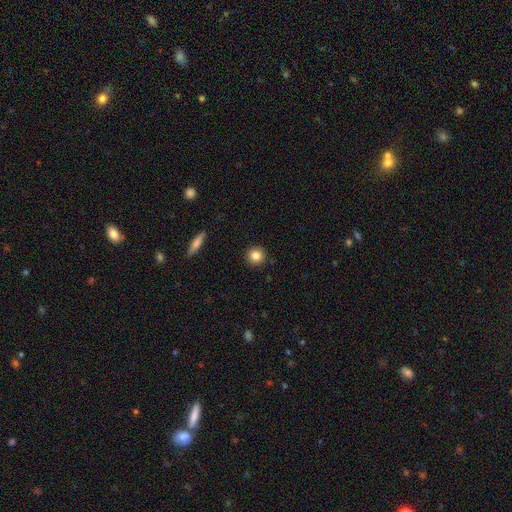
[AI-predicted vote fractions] Smooth or featured: smooth — 84% (star or artifact — 9%)
How rounded: round — 94% (in between — 5%)
Merging: none — 92% (minor disturbance — 5%)